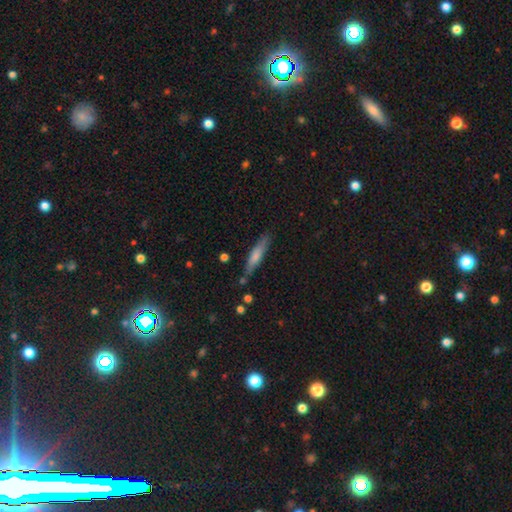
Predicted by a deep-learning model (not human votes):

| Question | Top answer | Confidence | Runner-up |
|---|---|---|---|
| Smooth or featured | smooth | 65% | featured or disk (29%) |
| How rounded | cigar-shaped | 86% | in between (12%) |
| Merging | none | 80% | minor disturbance (14%) |